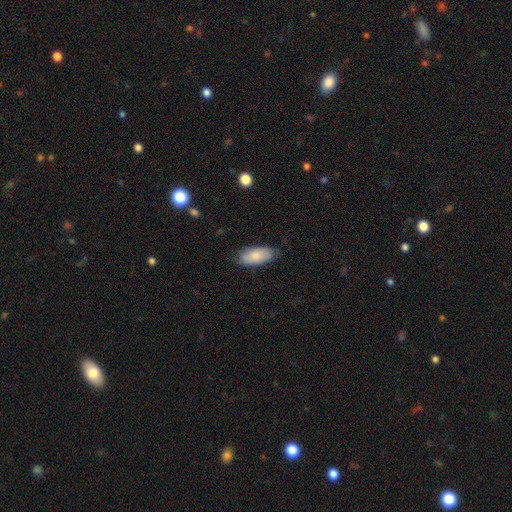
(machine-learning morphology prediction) A smooth galaxy with no disk features (82%) that is in between round and cigar-shaped (90%). Merging: none (76%).